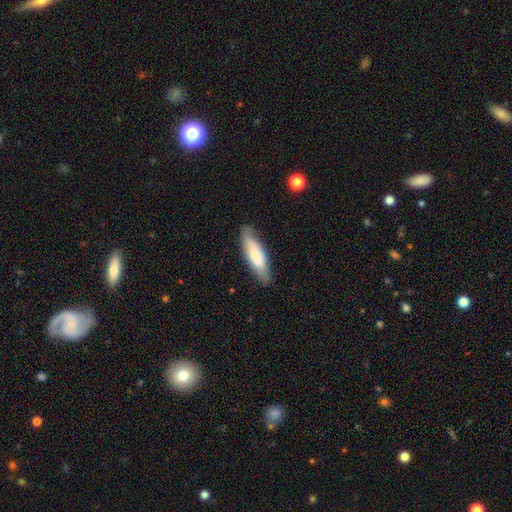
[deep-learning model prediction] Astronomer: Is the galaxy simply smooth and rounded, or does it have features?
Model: smooth — 68%.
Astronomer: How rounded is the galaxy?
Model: cigar-shaped — 56% (runner-up: in between, 42%).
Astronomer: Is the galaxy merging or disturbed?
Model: none — 81%.